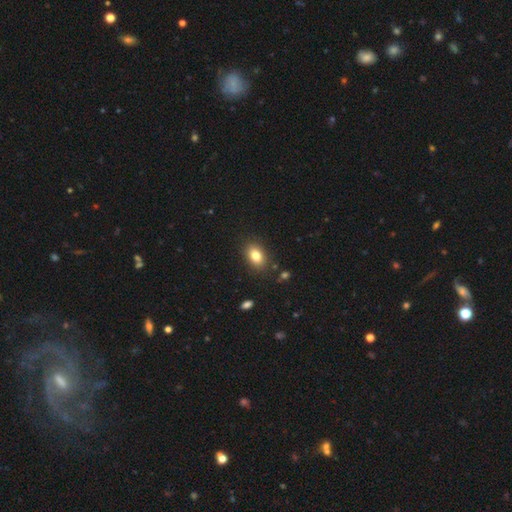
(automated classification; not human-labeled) Smooth or featured: smooth — 83% (star or artifact — 9%)
How rounded: in between — 82% (round — 16%)
Merging: none — 87% (minor disturbance — 9%)